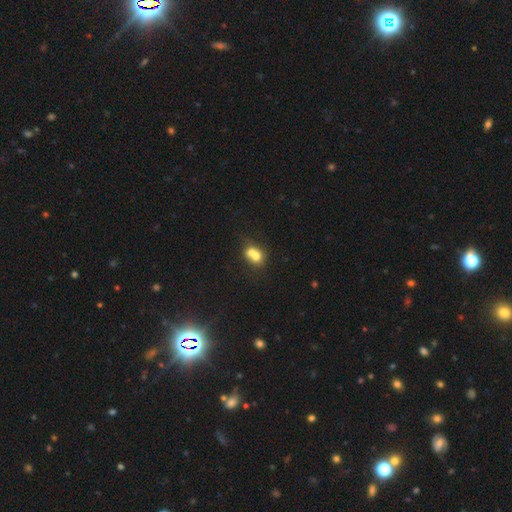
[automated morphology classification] Overall: smooth (68%). How rounded: round (60%; in between 38%). Merging: merger (67%).